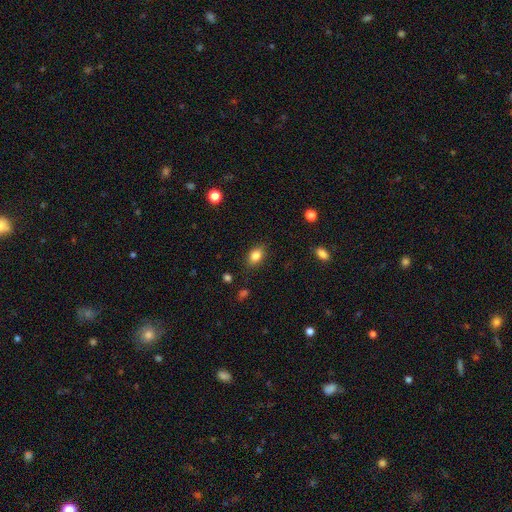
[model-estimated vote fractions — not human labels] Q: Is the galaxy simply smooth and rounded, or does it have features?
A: smooth — 84%.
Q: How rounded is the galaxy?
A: in between — 82%.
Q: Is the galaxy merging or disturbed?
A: none — 85%.